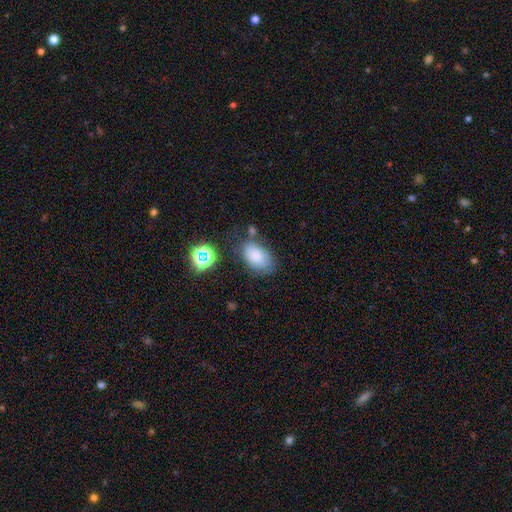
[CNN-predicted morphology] Overall: smooth (74%). How rounded: in between (88%). Merging: none (62%; minor disturbance 23%).